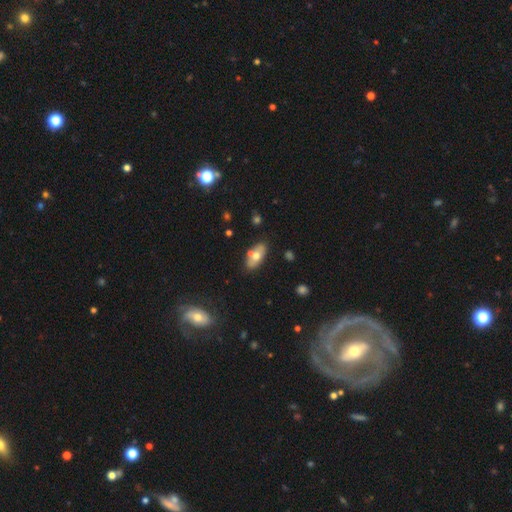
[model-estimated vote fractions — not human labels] The model was most divided on "smooth or featured": smooth: 59%, featured or disk: 33%, star or artifact: 8%. More confident: how rounded — in between (88%); merging — none (71%).